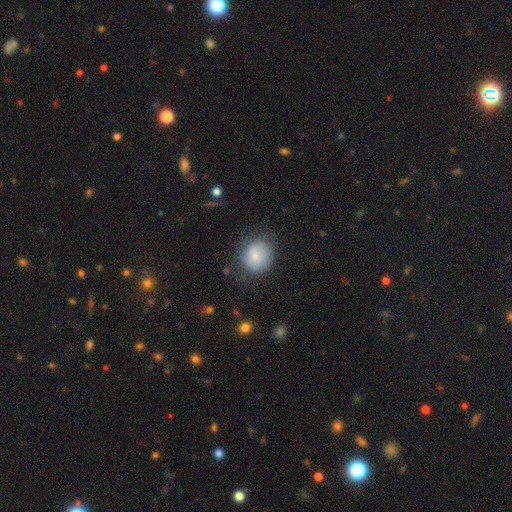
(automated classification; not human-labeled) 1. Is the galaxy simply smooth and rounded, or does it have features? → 75% smooth, 17% featured or disk, 7% star or artifact.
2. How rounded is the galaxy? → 81% round, 18% in between, 1% cigar-shaped.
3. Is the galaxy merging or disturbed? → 69% none, 22% minor disturbance, 8% major disturbance, 2% merger.